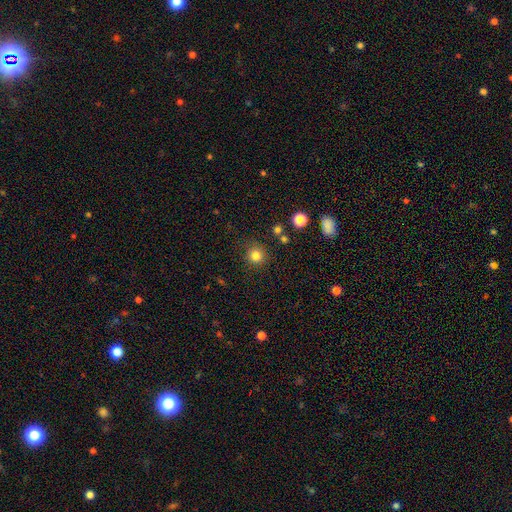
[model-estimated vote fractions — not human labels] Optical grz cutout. It shows a smooth galaxy with no disk features (82%) that is round (92%). Merging: none (85%).